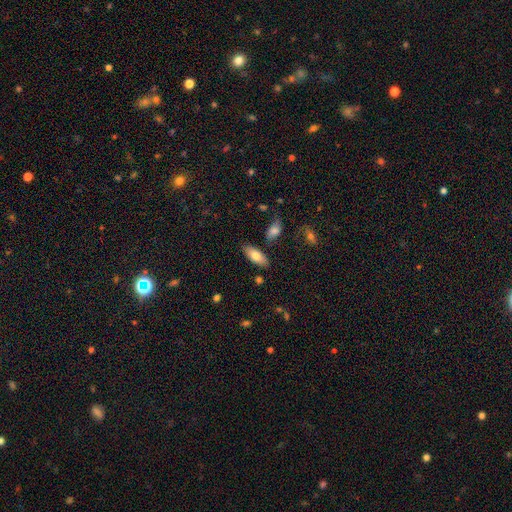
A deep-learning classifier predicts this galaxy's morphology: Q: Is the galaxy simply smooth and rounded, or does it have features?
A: smooth — 75%.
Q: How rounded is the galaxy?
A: in between — 82%.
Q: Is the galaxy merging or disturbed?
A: none — 82%.